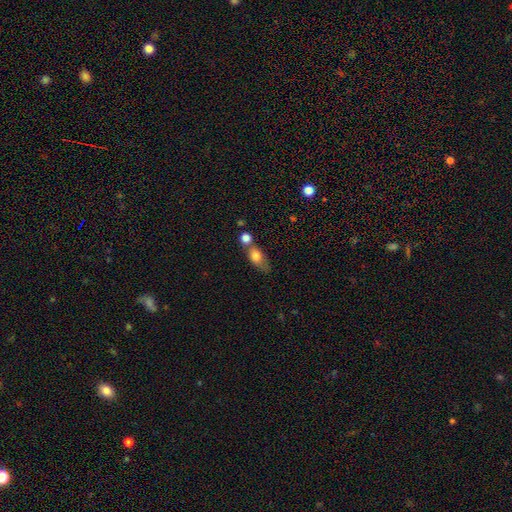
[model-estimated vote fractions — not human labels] The model was most divided on "merging": merger: 45%, none: 31%, minor disturbance: 15%, major disturbance: 9%. More confident: smooth or featured — smooth (76%); how rounded — in between (68%).